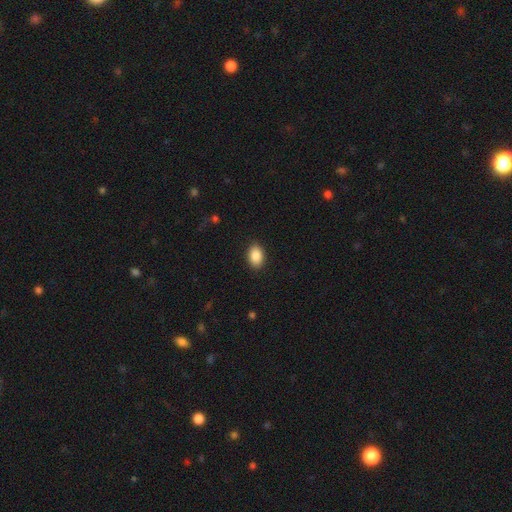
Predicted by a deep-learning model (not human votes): The model was most divided on "how rounded": in between: 85%, round: 13%, cigar-shaped: 1%. More confident: merging — none (89%); smooth or featured — smooth (89%).